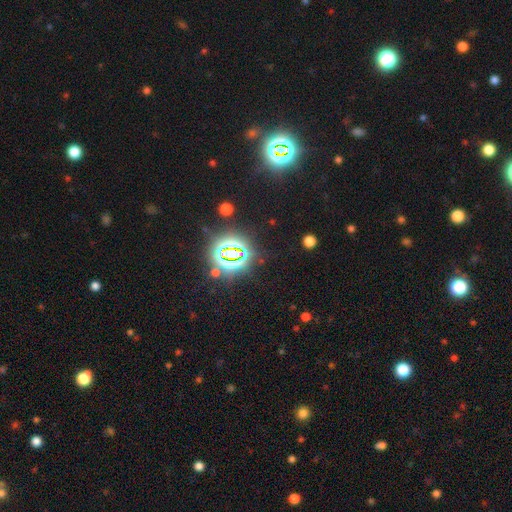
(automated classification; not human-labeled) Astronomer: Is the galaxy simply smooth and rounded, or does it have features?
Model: star or artifact — 81%.